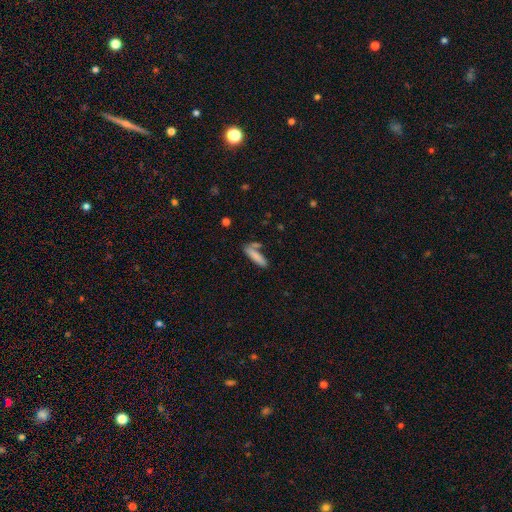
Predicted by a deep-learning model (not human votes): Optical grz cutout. It shows a smooth galaxy with no disk features (81%) that is cigar-shaped (72%). Merging: none (63%).